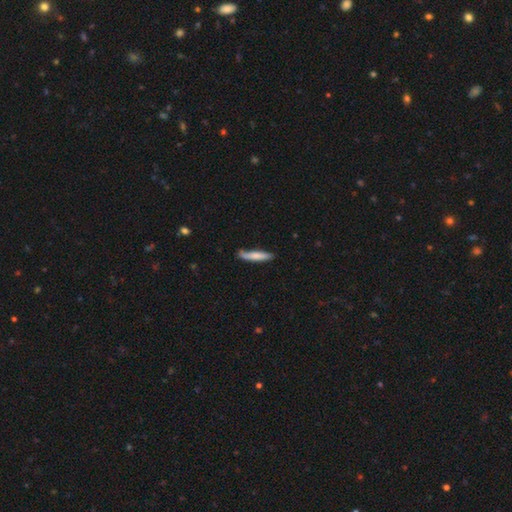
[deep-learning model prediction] Q: Smooth or featured?
A: smooth (74%); runner-up: featured or disk (21%)
Q: How rounded?
A: cigar-shaped (90%); runner-up: in between (9%)
Q: Merging?
A: none (74%); runner-up: minor disturbance (20%)